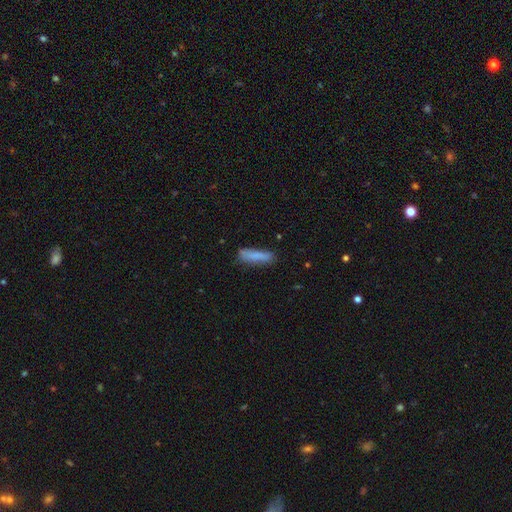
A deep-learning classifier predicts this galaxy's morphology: Overall: smooth (82%). How rounded: cigar-shaped (77%). Merging: none (74%).